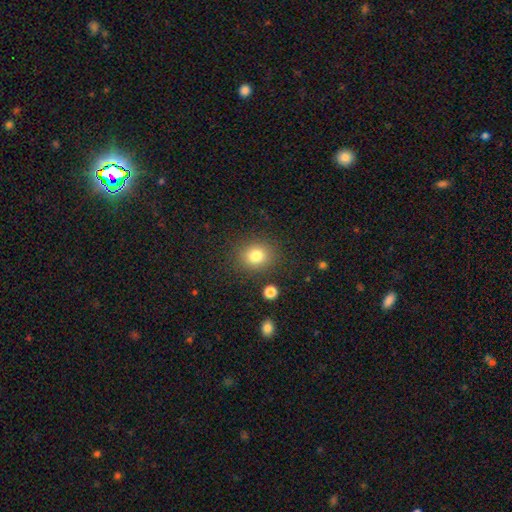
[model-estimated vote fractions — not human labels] This is clearly a smooth galaxy (80%). How rounded: likely round (78%). Merging: clearly none (86%).